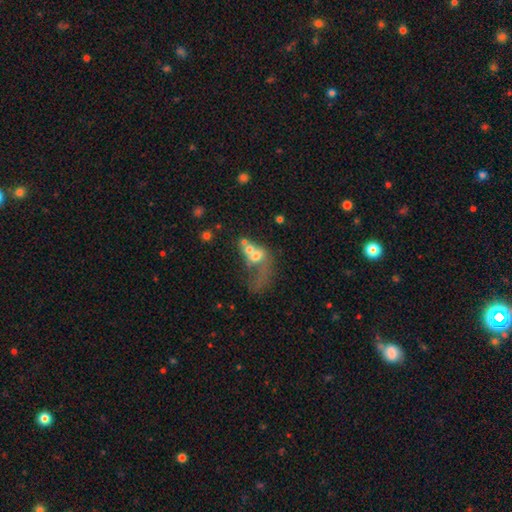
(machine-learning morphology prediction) type=smooth (50%); roundness=in between (59%); merging=merger (54%).